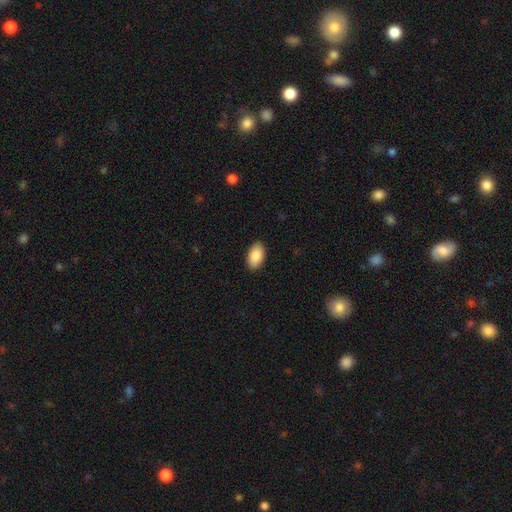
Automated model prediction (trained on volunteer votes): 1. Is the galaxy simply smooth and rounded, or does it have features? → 89% smooth, 6% star or artifact, 4% featured or disk.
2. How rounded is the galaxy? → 94% in between, 4% round, 1% cigar-shaped.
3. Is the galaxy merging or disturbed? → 90% none, 8% minor disturbance, 2% major disturbance, 1% merger.